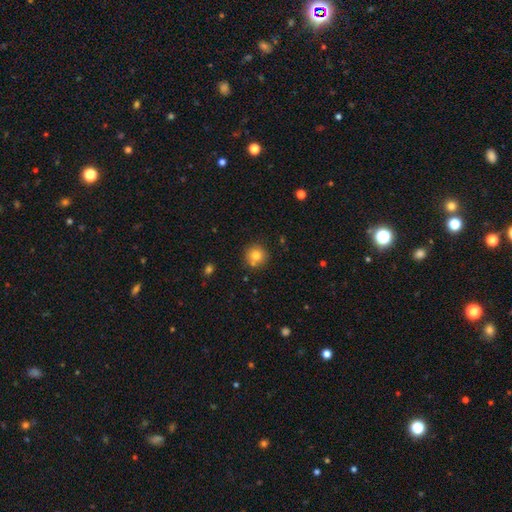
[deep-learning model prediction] Smooth or featured? Predicted: smooth (p=0.78). How rounded? Predicted: round (p=0.93). Merging? Predicted: none (p=0.77).